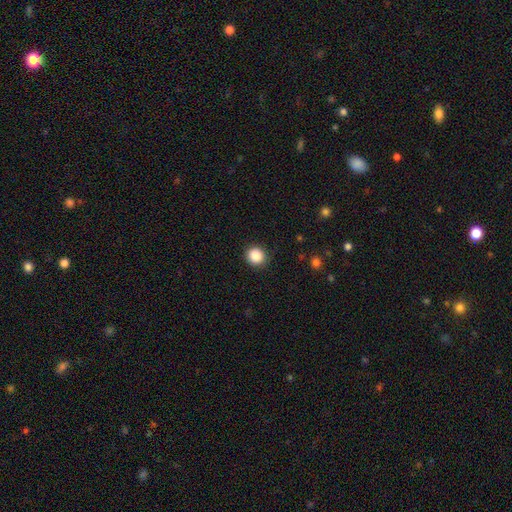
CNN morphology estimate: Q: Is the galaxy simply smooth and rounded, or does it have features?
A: smooth — 87%.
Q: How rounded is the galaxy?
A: round — 89%.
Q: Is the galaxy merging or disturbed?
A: none — 90%.